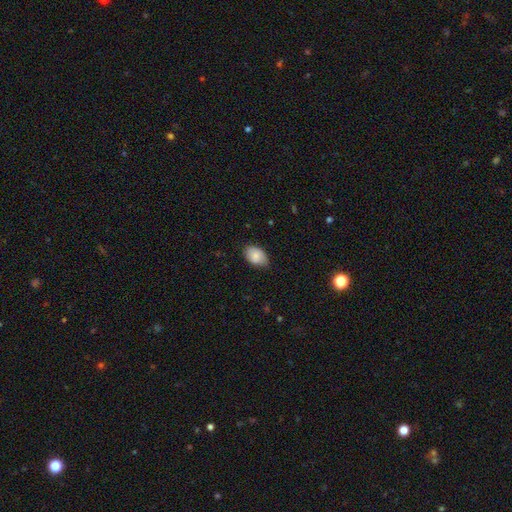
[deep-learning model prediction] The model was most divided on "merging": none: 71%, minor disturbance: 25%, major disturbance: 3%, merger: 1%. More confident: how rounded — in between (86%); smooth or featured — smooth (83%).